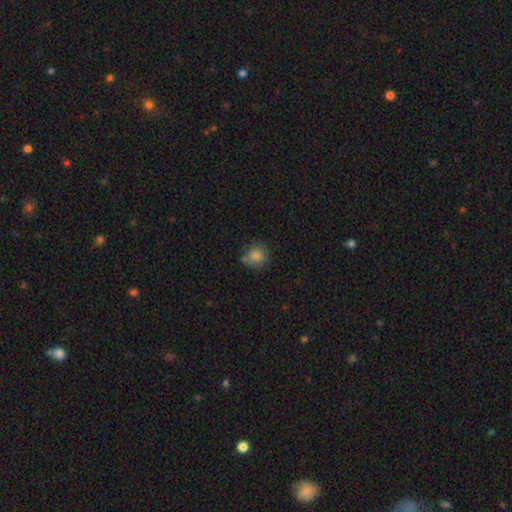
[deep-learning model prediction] Q: Smooth or featured?
A: smooth (81%); runner-up: star or artifact (11%)
Q: How rounded?
A: round (87%); runner-up: in between (12%)
Q: Merging?
A: none (68%); runner-up: minor disturbance (16%)